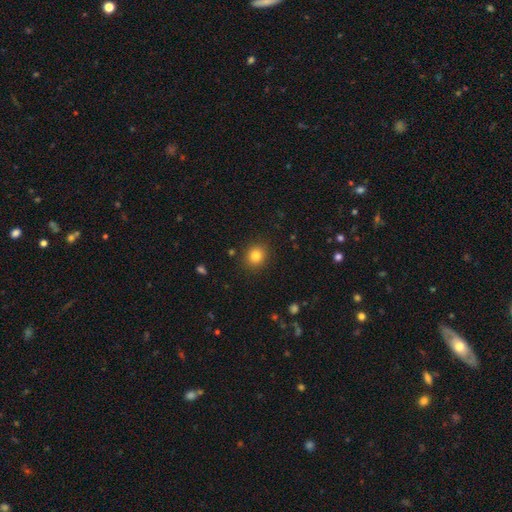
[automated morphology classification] Smooth or featured: smooth — 82% (star or artifact — 12%)
How rounded: round — 79% (in between — 20%)
Merging: none — 89% (minor disturbance — 7%)